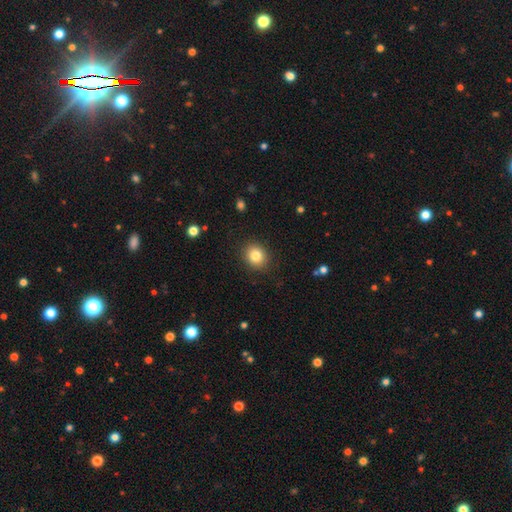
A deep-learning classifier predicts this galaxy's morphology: Smooth or featured? smooth (83%)
How rounded? round (74%)
Merging? none (90%)